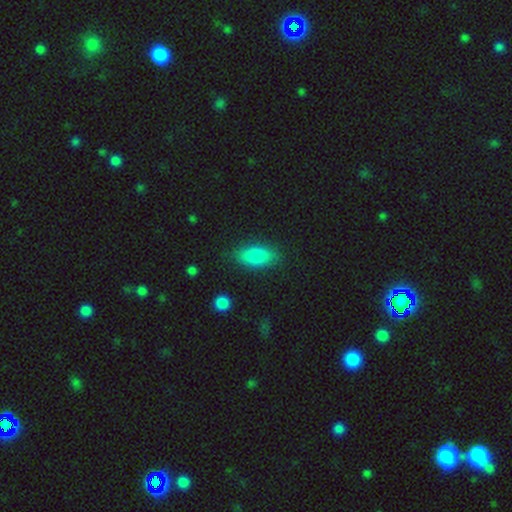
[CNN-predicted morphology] Smooth or featured: smooth — 83% (featured or disk — 10%)
How rounded: in between — 86% (cigar-shaped — 10%)
Merging: none — 82% (minor disturbance — 13%)